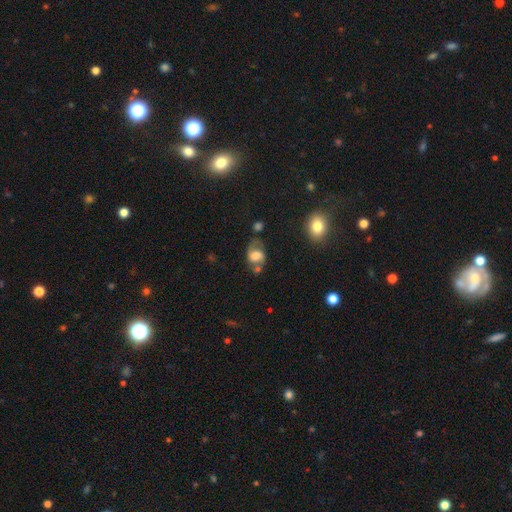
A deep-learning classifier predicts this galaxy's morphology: smooth-or-featured: smooth: 49% | featured or disk: 41% | star or artifact: 10%
  merging: none: 45% | minor disturbance: 24% | major disturbance: 15% | merger: 15%